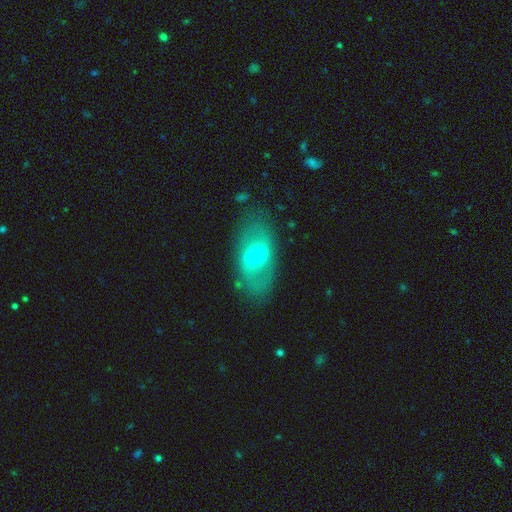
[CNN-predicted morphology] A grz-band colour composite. It shows a featured or disk galaxy (53%). Merging: none (76%).